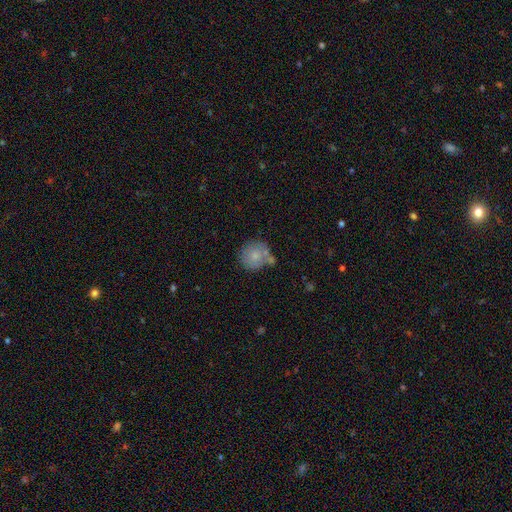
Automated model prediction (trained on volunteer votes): This appears to be a smooth galaxy with no disk features (76%) that is round (92%). Merging: none (62%).